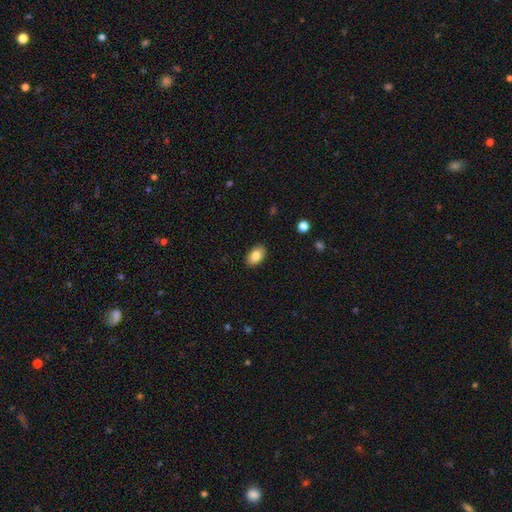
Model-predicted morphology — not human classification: This is clearly a smooth galaxy (85%). How rounded: clearly in between (90%). Merging: clearly none (89%).